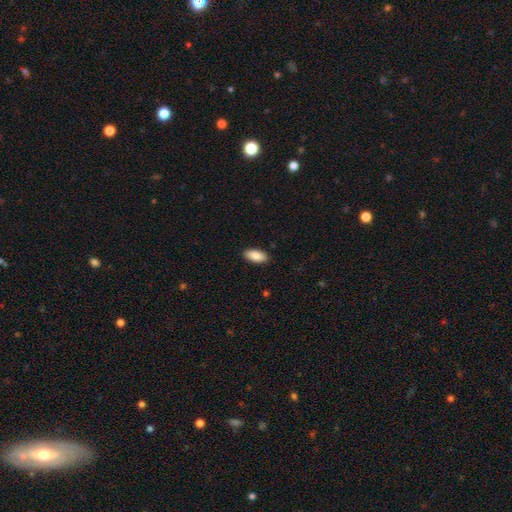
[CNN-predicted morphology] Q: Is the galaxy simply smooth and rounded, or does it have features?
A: smooth — 89%.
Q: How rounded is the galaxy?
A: in between — 90%.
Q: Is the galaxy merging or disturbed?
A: none — 89%.